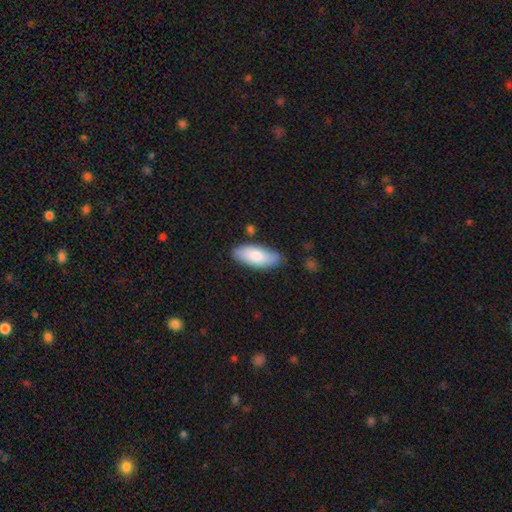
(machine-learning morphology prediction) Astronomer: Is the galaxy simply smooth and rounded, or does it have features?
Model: smooth — 80%.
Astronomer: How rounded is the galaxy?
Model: in between — 85%.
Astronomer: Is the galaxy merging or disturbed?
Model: none — 78%.